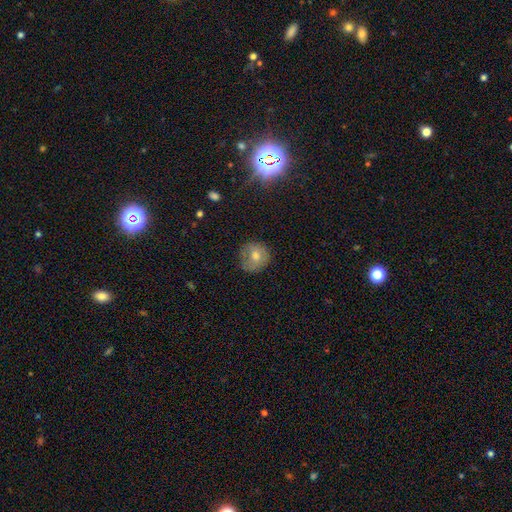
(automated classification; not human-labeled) Smooth or featured?
  - smooth: 59% *
  - featured or disk: 24%
  - star or artifact: 18%
How rounded?
  - round: 87% *
  - in between: 12%
  - cigar-shaped: 1%
Merging?
  - none: 74% *
  - minor disturbance: 19%
  - major disturbance: 6%
  - merger: 1%